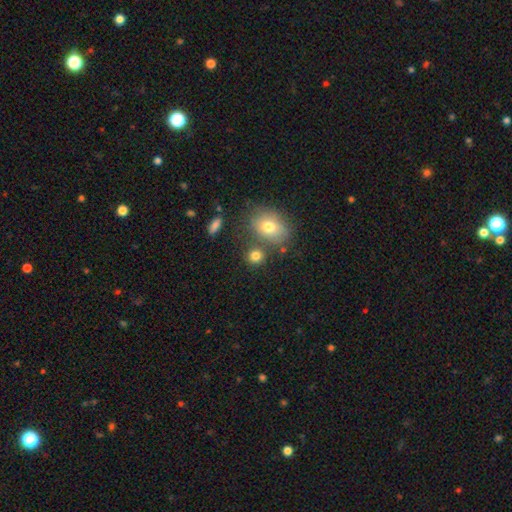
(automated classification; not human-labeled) This appears to be a smooth galaxy with no disk features (78%) that is round (76%). Merging: none (69%).